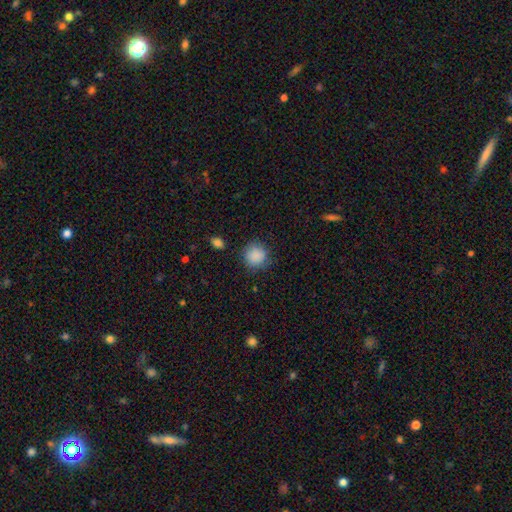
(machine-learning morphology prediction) type=smooth (87%); roundness=round (89%); merging=none (82%).